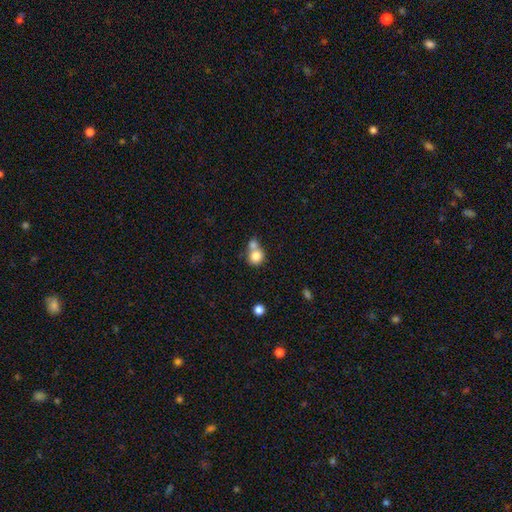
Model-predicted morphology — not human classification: Smooth or featured?
  - smooth: 80% *
  - featured or disk: 11%
  - star or artifact: 9%
How rounded?
  - round: 82% *
  - in between: 17%
  - cigar-shaped: 1%
Merging?
  - merger: 55% *
  - none: 35%
  - minor disturbance: 7%
  - major disturbance: 3%